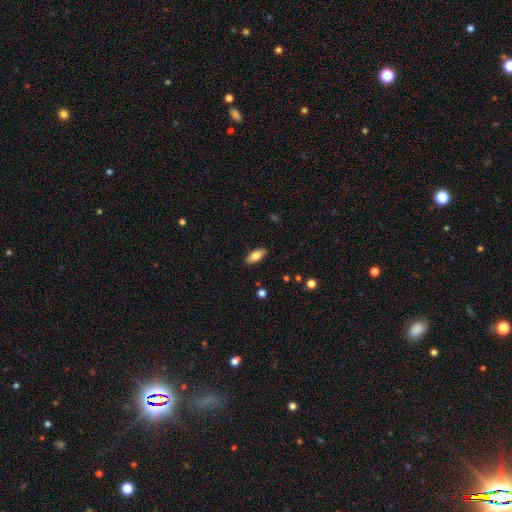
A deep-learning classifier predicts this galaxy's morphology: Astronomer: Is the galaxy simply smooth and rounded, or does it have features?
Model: smooth — 74%.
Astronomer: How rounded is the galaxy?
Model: in between — 82%.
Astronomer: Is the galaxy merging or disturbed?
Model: none — 88%.